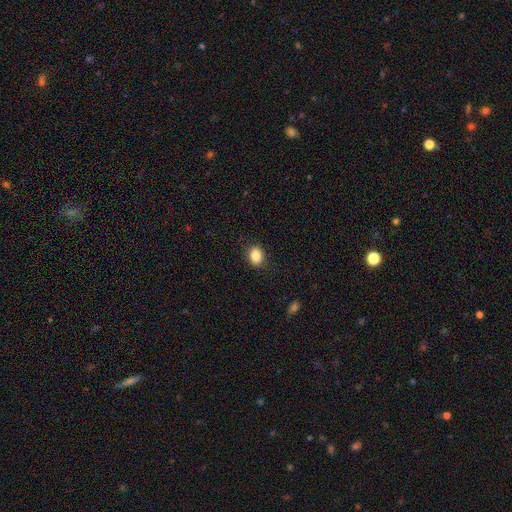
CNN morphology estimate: smooth_or_featured: smooth (p=0.86) [alt: star or artifact p=0.09]
how_rounded: in between (p=0.70) [alt: round p=0.28]
merging: none (p=0.86) [alt: minor disturbance p=0.10]